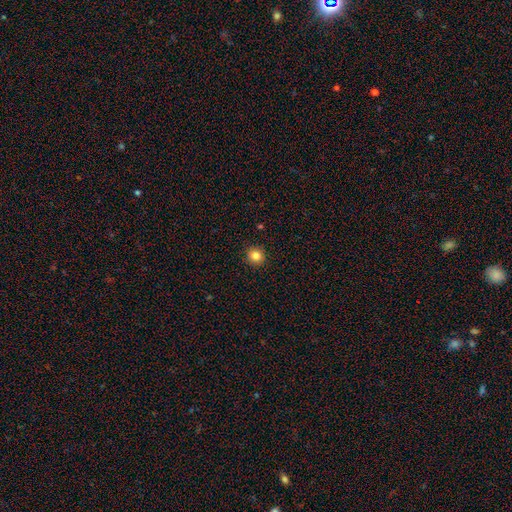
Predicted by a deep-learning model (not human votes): The model was most divided on "smooth or featured": smooth: 84%, star or artifact: 11%, featured or disk: 5%. More confident: merging — none (92%); how rounded — round (92%).